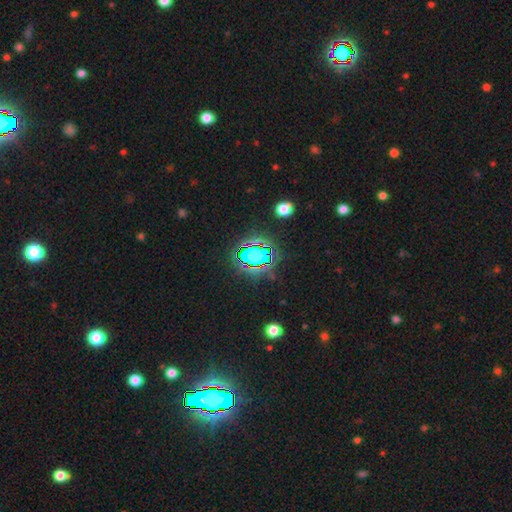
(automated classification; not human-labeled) smooth_or_featured: star or artifact (p=0.65) [alt: smooth p=0.22]